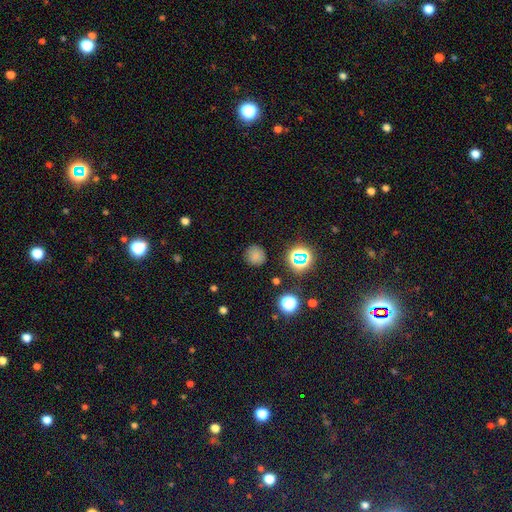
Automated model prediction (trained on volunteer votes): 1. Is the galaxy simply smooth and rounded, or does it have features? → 73% smooth, 21% star or artifact, 6% featured or disk.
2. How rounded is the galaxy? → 90% round, 9% in between, 1% cigar-shaped.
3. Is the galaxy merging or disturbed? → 84% none, 11% minor disturbance, 4% major disturbance, 2% merger.